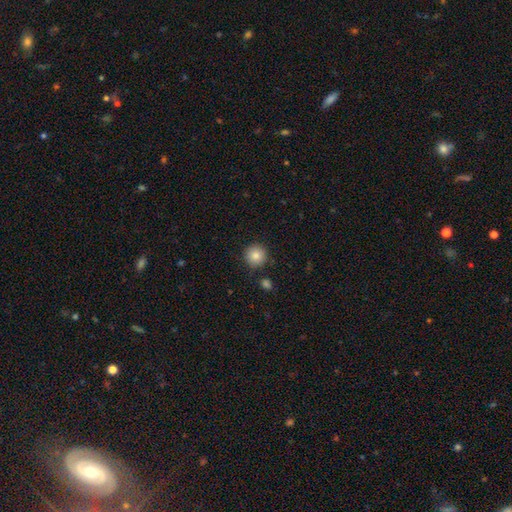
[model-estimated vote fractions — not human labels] Smooth or featured? smooth (85%)
How rounded? round (95%)
Merging? none (89%)